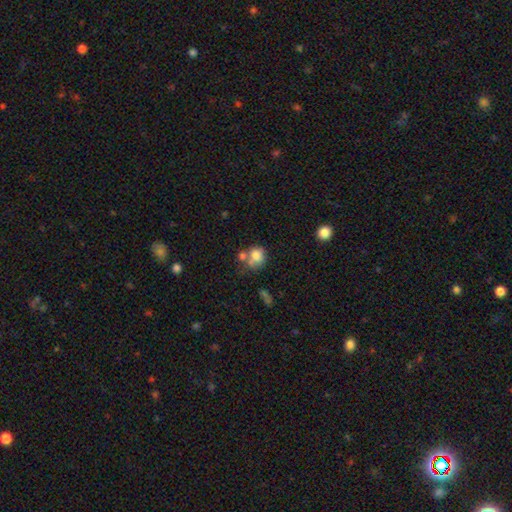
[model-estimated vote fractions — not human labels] The model was most divided on "merging": none: 39%, merger: 36%, minor disturbance: 16%, major disturbance: 9%. More confident: smooth or featured — smooth (76%); how rounded — round (68%).